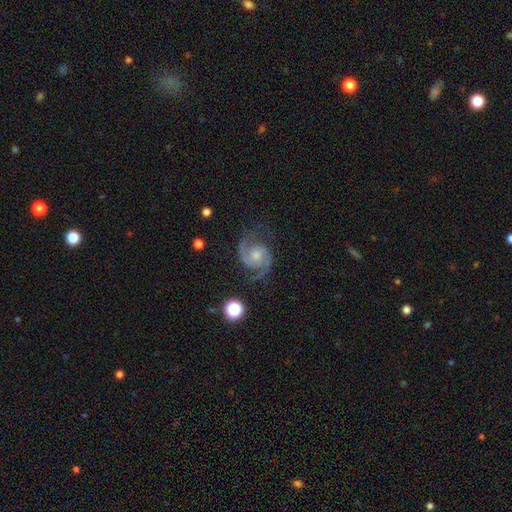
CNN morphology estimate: A featured or disk galaxy (90%) with no bar (69%), 2 (92%) medium (56%) spiral arms (98%) and a moderate central bulge (48%).

Vote fractions:
- Smooth or featured? featured or disk: 90% / star or artifact: 5% / smooth: 5%
- Edge-on disk? no: 98% / yes: 2%
- Bar? no: 69% / weak: 26% / strong: 5%
- Spiral arms? yes: 98% / no: 2%
- Spiral winding? medium: 56% / tight: 29% / loose: 15%
- Spiral arm count? 2: 92% / 3: 2% / can't tell: 2% / 1: 2% / 4: 1% / more than 4: 1%
- Bulge size? moderate: 48% / small: 36% / none: 8% / large: 7% / dominant: 1%
- Merging? none: 72% / minor disturbance: 17% / major disturbance: 9% / merger: 2%